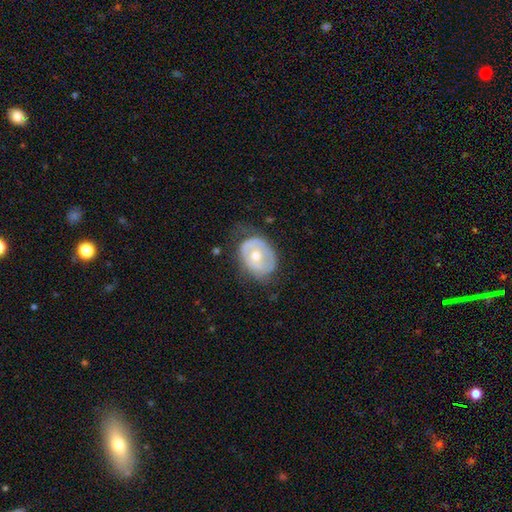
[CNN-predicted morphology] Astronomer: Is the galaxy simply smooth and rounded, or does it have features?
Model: featured or disk — 55% (runner-up: smooth, 39%).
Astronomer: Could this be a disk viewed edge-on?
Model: no — 95%.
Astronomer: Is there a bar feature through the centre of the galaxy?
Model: no — 80%.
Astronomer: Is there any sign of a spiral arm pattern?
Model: no — 66%.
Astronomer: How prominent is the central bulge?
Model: moderate — 72%.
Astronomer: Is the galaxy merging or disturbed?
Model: none — 52% (runner-up: minor disturbance, 30%).